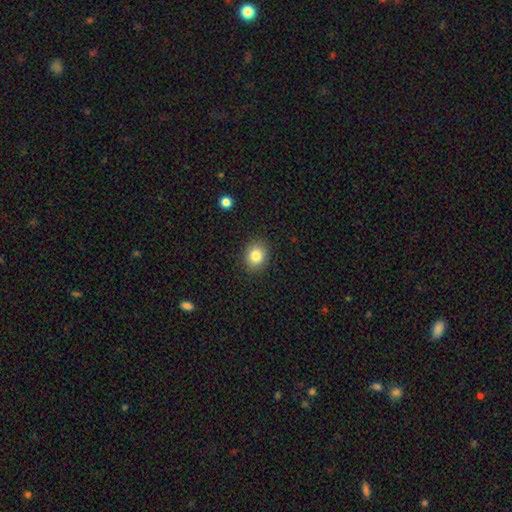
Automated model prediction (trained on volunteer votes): Overall: smooth (83%). How rounded: round (62%; in between 37%). Merging: none (89%).